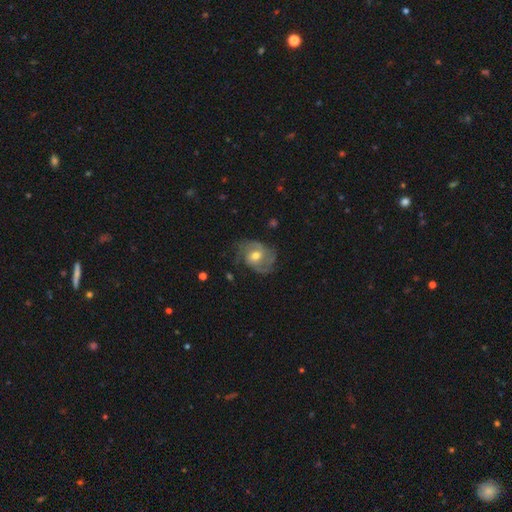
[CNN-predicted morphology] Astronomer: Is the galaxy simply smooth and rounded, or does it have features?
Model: featured or disk — 77%.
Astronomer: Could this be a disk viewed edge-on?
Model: no — 97%.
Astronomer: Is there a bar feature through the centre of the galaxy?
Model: no — 53% (runner-up: weak, 38%).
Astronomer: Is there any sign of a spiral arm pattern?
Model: yes — 91%.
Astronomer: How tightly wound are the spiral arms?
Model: medium — 44% (runner-up: tight, 35%).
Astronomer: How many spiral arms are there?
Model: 2 — 42% (runner-up: 3, 23%).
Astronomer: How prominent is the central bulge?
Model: moderate — 74%.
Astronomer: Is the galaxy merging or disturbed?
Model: none — 62%.